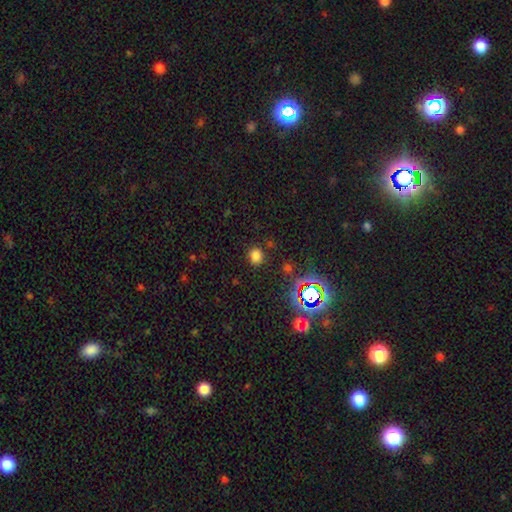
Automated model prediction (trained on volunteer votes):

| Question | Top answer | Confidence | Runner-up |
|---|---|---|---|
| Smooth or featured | smooth | 73% | star or artifact (22%) |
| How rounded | round | 72% | in between (27%) |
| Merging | none | 82% | minor disturbance (11%) |